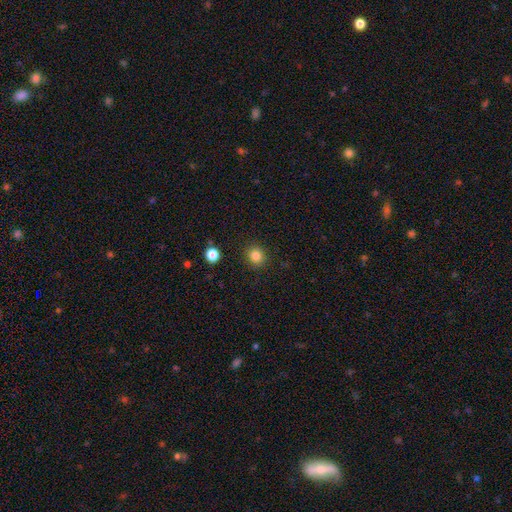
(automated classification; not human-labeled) Smooth or featured?
  - smooth: 84% *
  - star or artifact: 12%
  - featured or disk: 5%
How rounded?
  - round: 87% *
  - in between: 12%
  - cigar-shaped: 1%
Merging?
  - none: 90% *
  - minor disturbance: 6%
  - major disturbance: 2%
  - merger: 1%